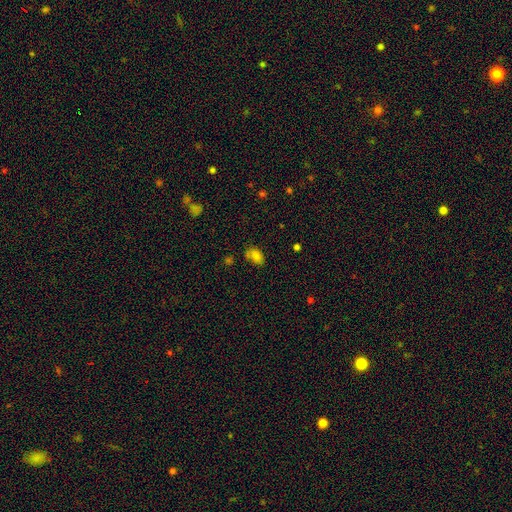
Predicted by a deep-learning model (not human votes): Q: Smooth or featured?
A: smooth (78%); runner-up: star or artifact (13%)
Q: How rounded?
A: in between (82%); runner-up: round (17%)
Q: Merging?
A: none (66%); runner-up: minor disturbance (21%)